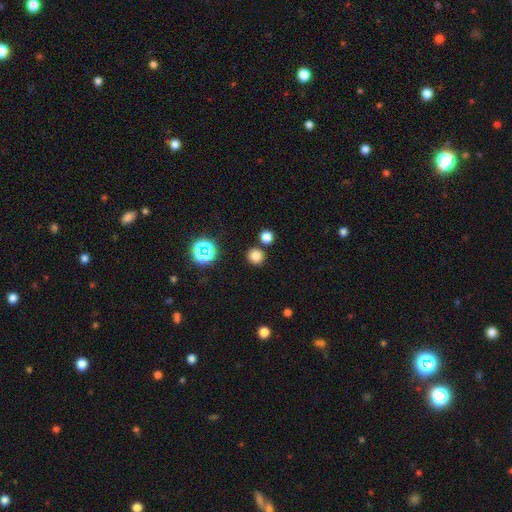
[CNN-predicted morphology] A smooth galaxy with no disk features (77%) that is round (92%). Merging: none (82%).